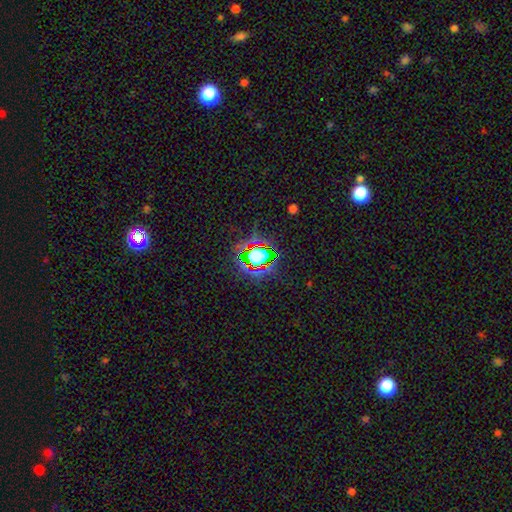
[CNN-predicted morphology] smooth-or-featured: star or artifact: 66% | smooth: 21% | featured or disk: 13%